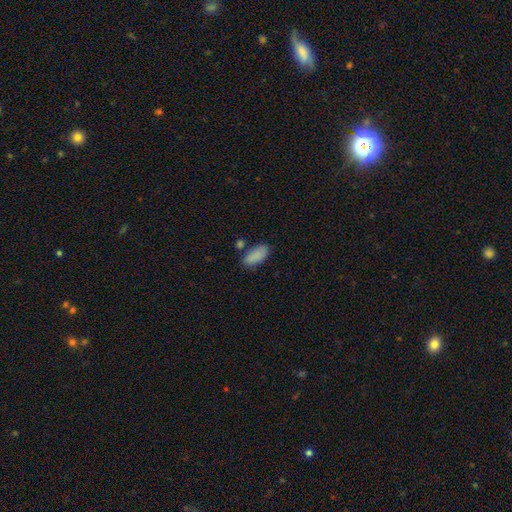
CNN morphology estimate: The model was most divided on "merging": none: 72%, minor disturbance: 16%, merger: 8%, major disturbance: 4%. More confident: how rounded — in between (90%); smooth or featured — smooth (88%).